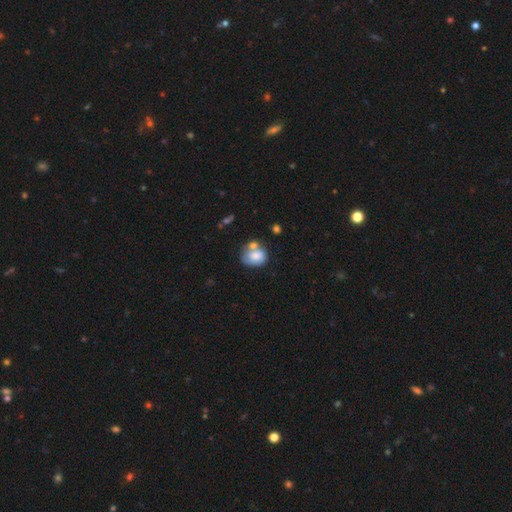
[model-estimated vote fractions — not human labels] Q: Smooth or featured?
A: smooth (71%); runner-up: featured or disk (21%)
Q: How rounded?
A: round (54%); runner-up: in between (45%)
Q: Merging?
A: none (37%); runner-up: merger (34%)